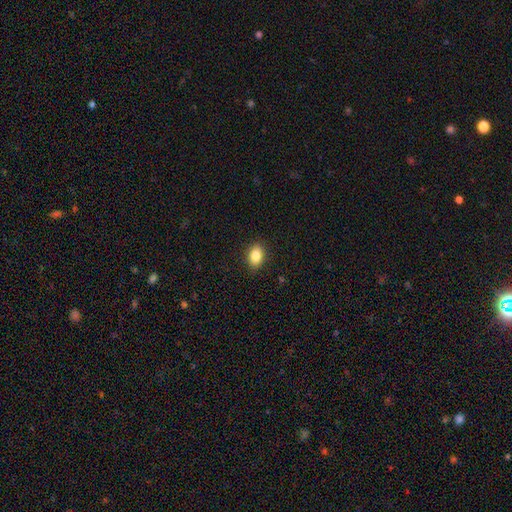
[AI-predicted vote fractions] Smooth or featured: smooth — 85% (star or artifact — 9%)
How rounded: in between — 80% (round — 19%)
Merging: none — 89% (minor disturbance — 8%)